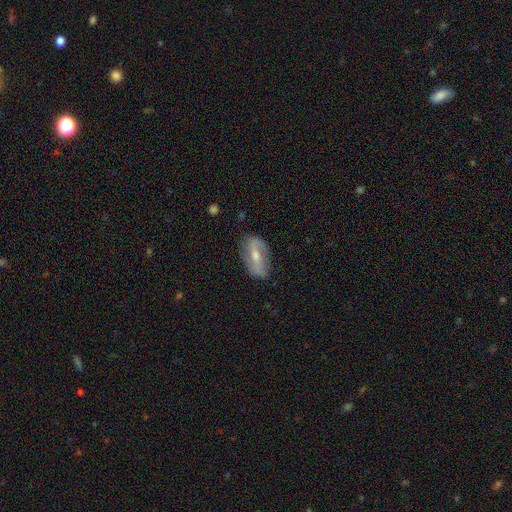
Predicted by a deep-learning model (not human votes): Smooth or featured? featured or disk (70%)
Edge-on disk? no (91%)
Bar? strong (42%)
Spiral arms? yes (78%)
Bulge size? moderate (53%)
Merging? none (79%)